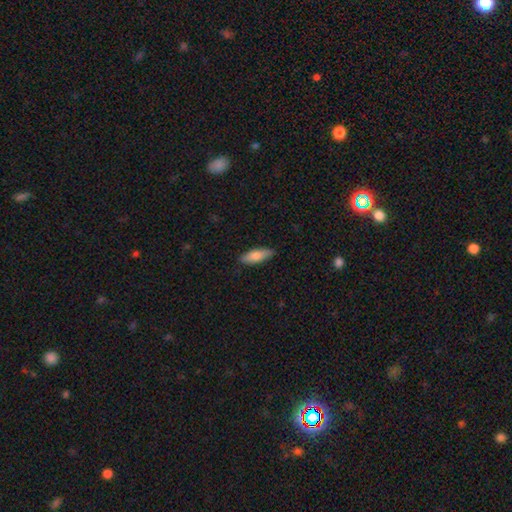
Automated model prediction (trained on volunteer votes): This appears to be a smooth galaxy with no disk features (77%) that is in between round and cigar-shaped (61%). Merging: none (87%).